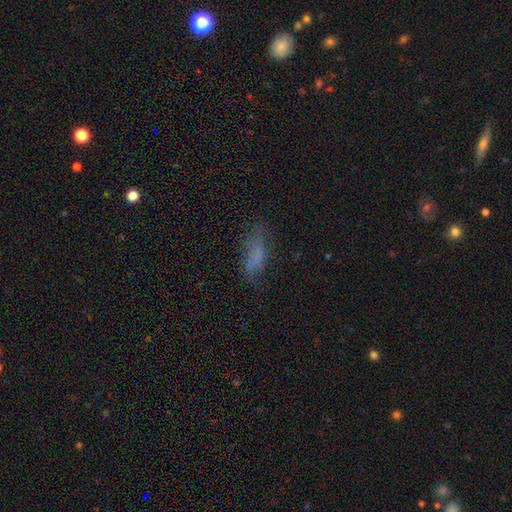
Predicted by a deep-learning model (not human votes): smooth_or_featured: smooth (p=0.59) [alt: featured or disk p=0.26]
how_rounded: in between (p=0.69) [alt: cigar-shaped p=0.28]
merging: none (p=0.50) [alt: minor disturbance p=0.27]